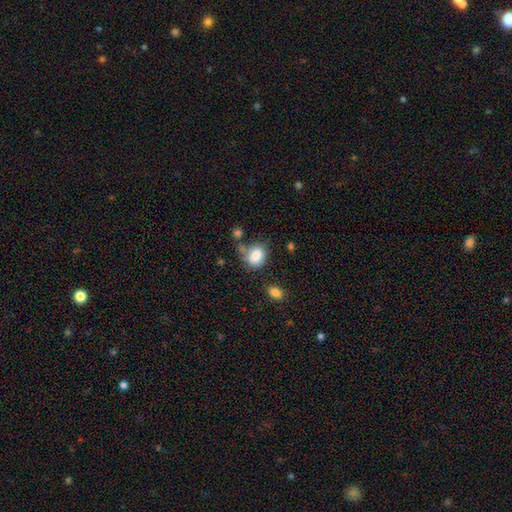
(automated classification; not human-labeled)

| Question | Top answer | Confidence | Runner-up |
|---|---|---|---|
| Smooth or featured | smooth | 84% | star or artifact (9%) |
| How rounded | in between | 62% | round (36%) |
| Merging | none | 54% | minor disturbance (23%) |